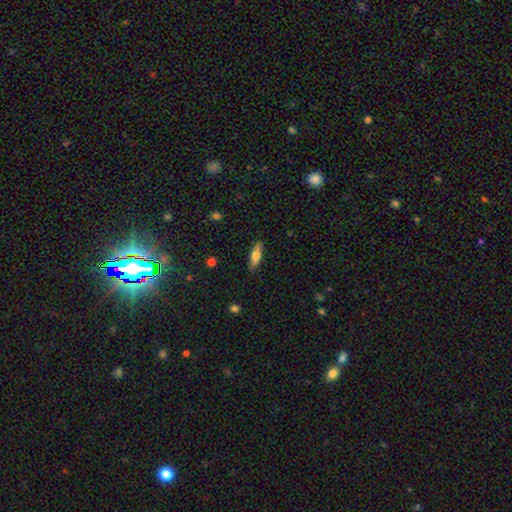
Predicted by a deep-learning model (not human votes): smooth_or_featured: smooth (p=0.69) [alt: featured or disk p=0.25]
how_rounded: in between (p=0.50) [alt: cigar-shaped p=0.48]
merging: none (p=0.87) [alt: minor disturbance p=0.10]